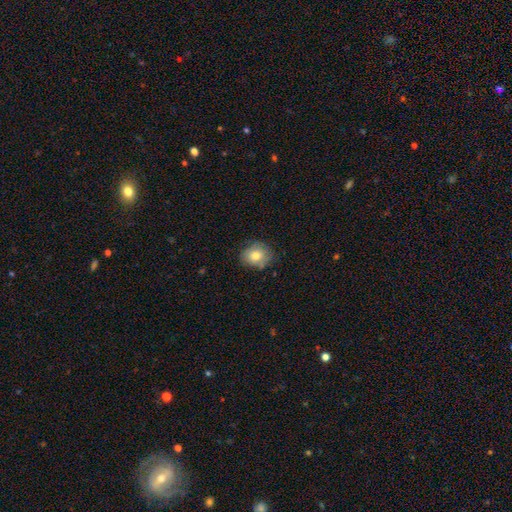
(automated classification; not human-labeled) A smooth galaxy with no disk features (78%) that is round (54%).

Vote fractions:
- Smooth or featured? smooth: 78% / featured or disk: 13% / star or artifact: 8%
- How rounded? round: 54% / in between: 45% / cigar-shaped: 1%
- Merging? none: 76% / minor disturbance: 18% / major disturbance: 4% / merger: 2%